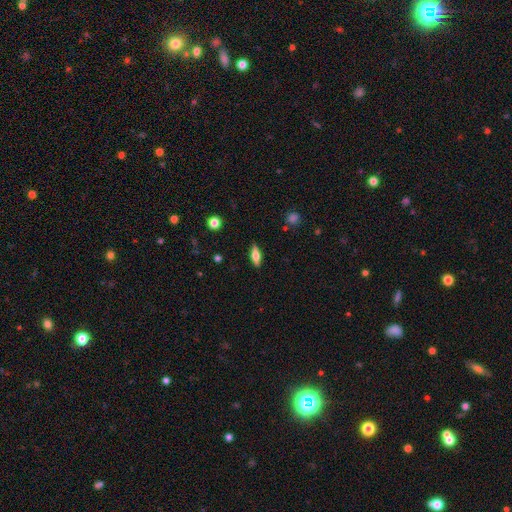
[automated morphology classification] type=smooth (55%); roundness=in between (59%); merging=none (87%).